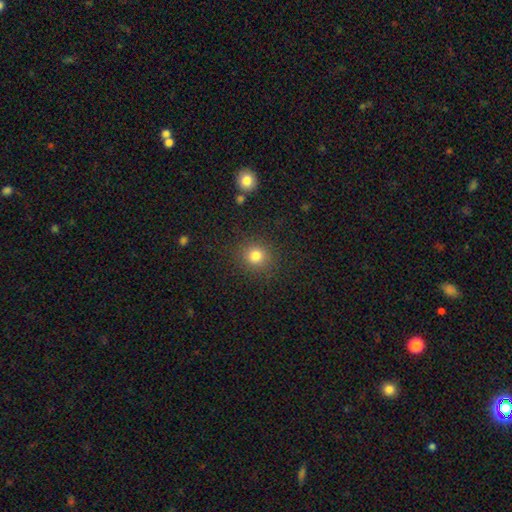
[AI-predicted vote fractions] This appears to be a smooth galaxy with no disk features (81%) that is round (89%). Merging: none (88%).